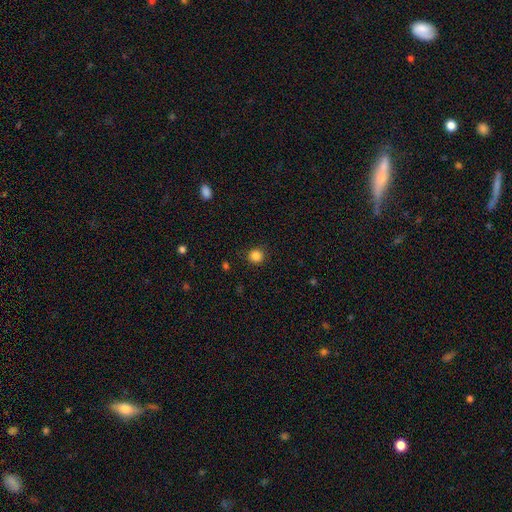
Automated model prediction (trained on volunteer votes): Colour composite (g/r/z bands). It shows a smooth galaxy with no disk features (85%) that is round (93%). Merging: none (90%).